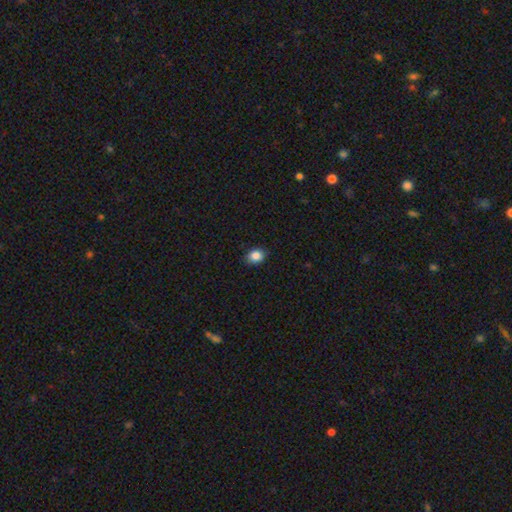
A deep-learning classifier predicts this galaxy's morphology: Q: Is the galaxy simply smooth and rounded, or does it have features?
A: smooth — 86%.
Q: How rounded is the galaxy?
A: in between — 54%.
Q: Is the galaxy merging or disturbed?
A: none — 87%.